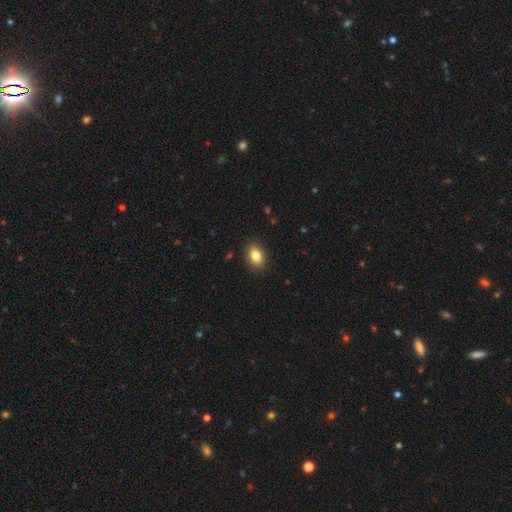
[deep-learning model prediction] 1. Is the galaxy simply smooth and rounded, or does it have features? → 83% smooth, 9% star or artifact, 8% featured or disk.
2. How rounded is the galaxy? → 81% in between, 18% round, 1% cigar-shaped.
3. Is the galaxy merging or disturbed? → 89% none, 8% minor disturbance, 2% major disturbance, 1% merger.